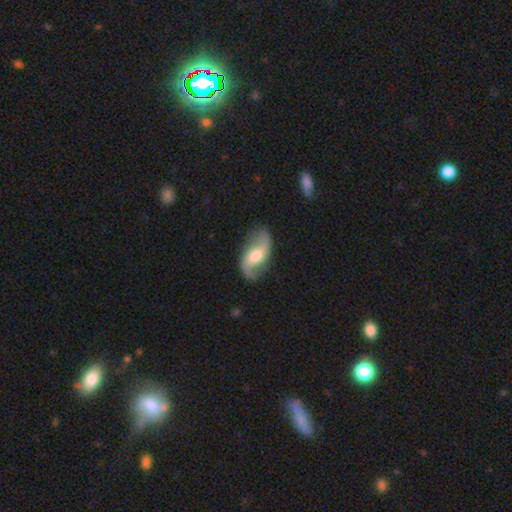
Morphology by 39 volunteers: Overall: featured or disk (92%). Edge-on disk: no (100%). Bar: no (44%; weak 31%). Spiral arms: yes (81%). Spiral arm count: 2 (93%). Spiral winding: loose (97%). Bulge size: moderate (58%; small 22%). Merging: none (78%).